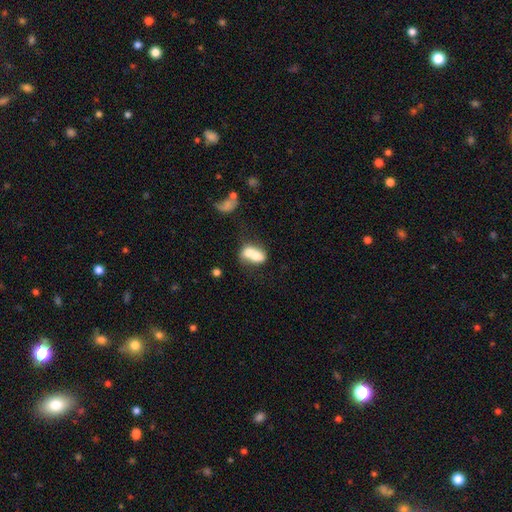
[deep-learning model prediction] This is likely a smooth galaxy (64%). How rounded: likely in between (68%). Merging: likely merger (73%).